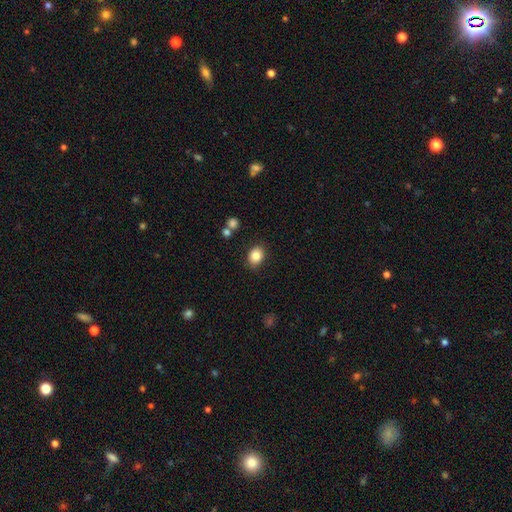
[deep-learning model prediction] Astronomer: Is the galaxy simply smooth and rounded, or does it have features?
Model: smooth — 84%.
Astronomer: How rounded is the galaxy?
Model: in between — 56% (runner-up: round, 43%).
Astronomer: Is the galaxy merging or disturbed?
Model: none — 85%.